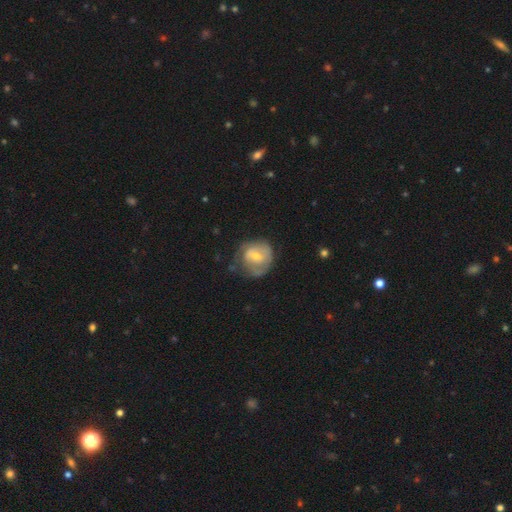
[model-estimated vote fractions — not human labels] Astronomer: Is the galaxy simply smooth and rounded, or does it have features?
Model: featured or disk — 47% (runner-up: smooth, 46%).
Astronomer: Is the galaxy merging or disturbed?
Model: none — 49% (runner-up: minor disturbance, 30%).